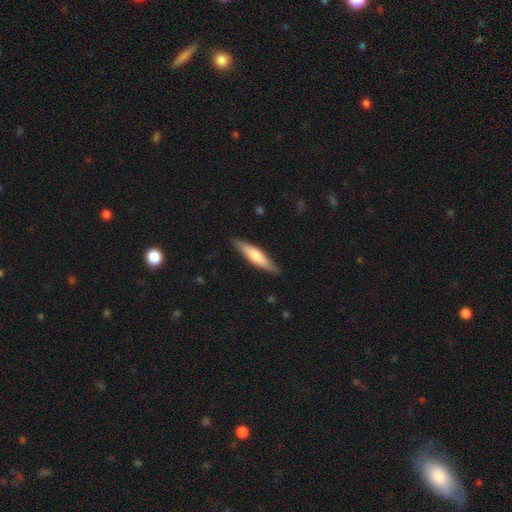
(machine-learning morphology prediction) Q: Smooth or featured?
A: smooth (65%); runner-up: featured or disk (30%)
Q: How rounded?
A: cigar-shaped (78%); runner-up: in between (20%)
Q: Merging?
A: none (86%); runner-up: minor disturbance (11%)